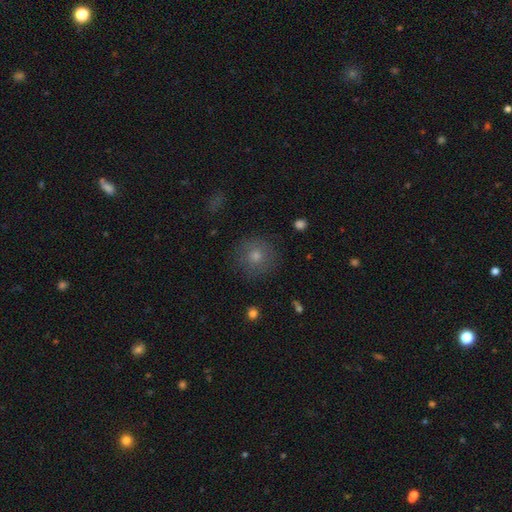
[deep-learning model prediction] Overall: smooth (64%). How rounded: round (93%). Merging: none (86%).